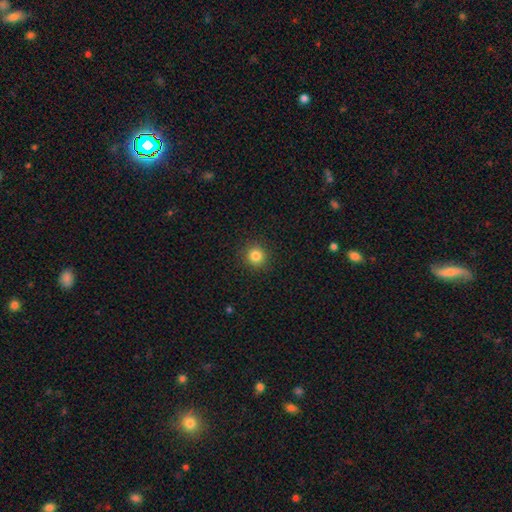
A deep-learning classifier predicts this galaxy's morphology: The model was most divided on "smooth or featured": smooth: 84%, star or artifact: 12%, featured or disk: 5%. More confident: how rounded — round (93%); merging — none (92%).